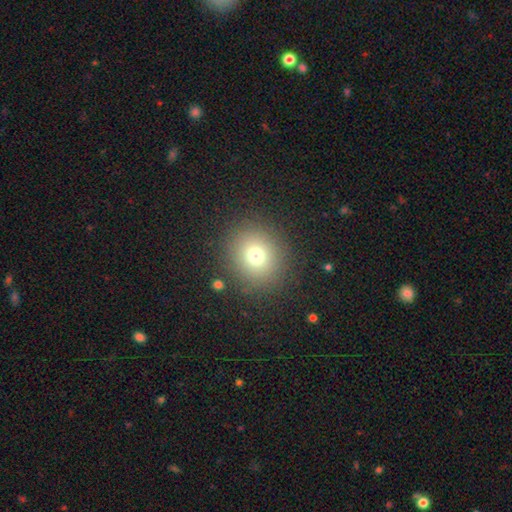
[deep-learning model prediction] Smooth or featured? smooth (73%)
How rounded? round (84%)
Merging? none (87%)